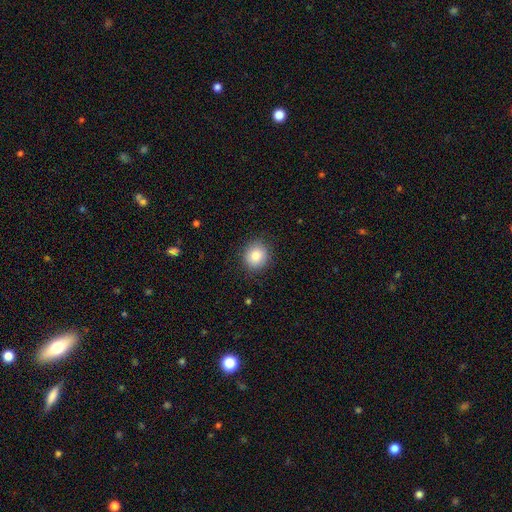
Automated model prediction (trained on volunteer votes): smooth-or-featured: smooth: 84% | star or artifact: 9% | featured or disk: 7%
  how-rounded: round: 82% | in between: 17% | cigar-shaped: 1%
  merging: none: 88% | minor disturbance: 9% | major disturbance: 3% | merger: 1%